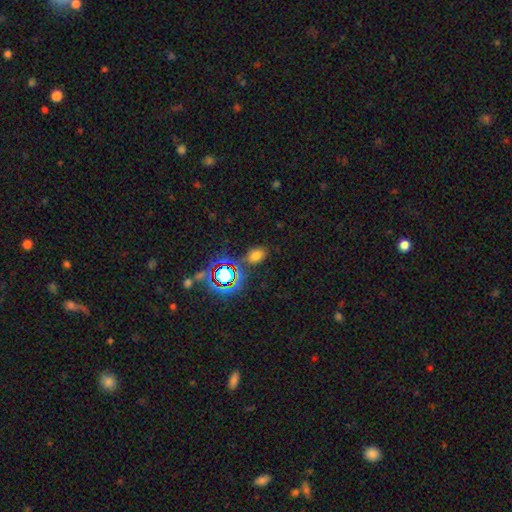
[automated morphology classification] Smooth or featured? smooth (64%)
How rounded? in between (72%)
Merging? none (76%)